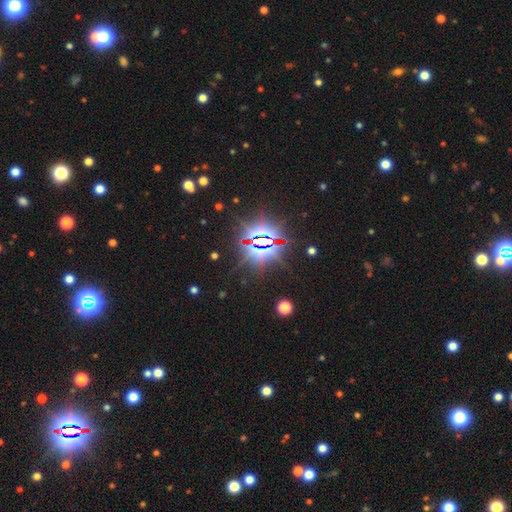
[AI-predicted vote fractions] A star or artifact, not a galaxy (84%).